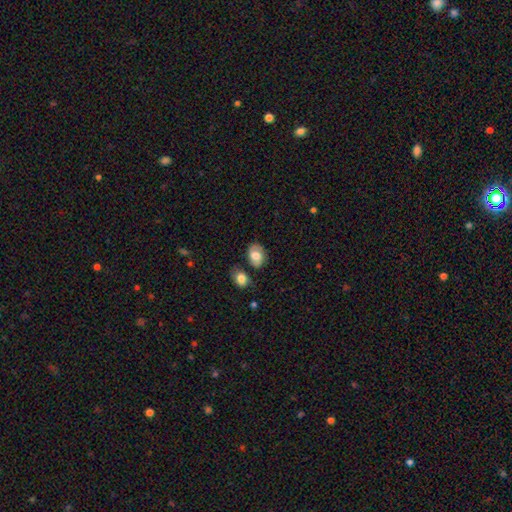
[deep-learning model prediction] Smooth or featured?
  - smooth: 70% *
  - featured or disk: 23%
  - star or artifact: 7%
How rounded?
  - in between: 74% *
  - round: 24%
  - cigar-shaped: 1%
Merging?
  - none: 68% *
  - minor disturbance: 17%
  - merger: 10%
  - major disturbance: 5%